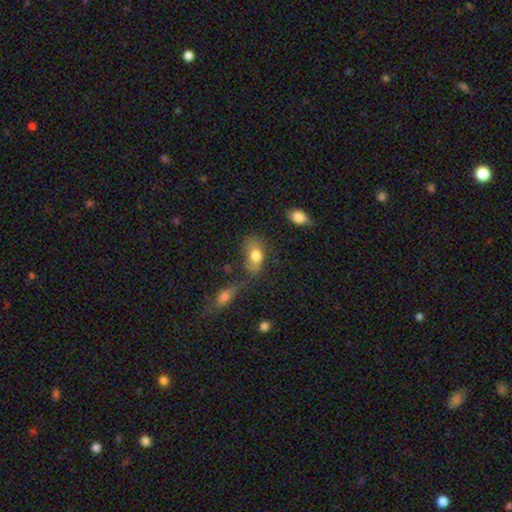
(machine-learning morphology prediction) smooth_or_featured: smooth (p=0.73) [alt: featured or disk p=0.17]
how_rounded: in between (p=0.82) [alt: round p=0.15]
merging: none (p=0.41) [alt: minor disturbance p=0.25]